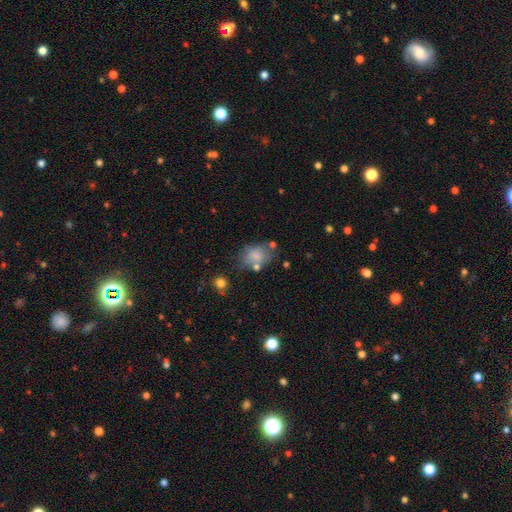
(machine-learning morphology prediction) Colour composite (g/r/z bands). It shows a smooth galaxy with no disk features (69%) that is in between round and cigar-shaped (68%). Merging: none (50%).